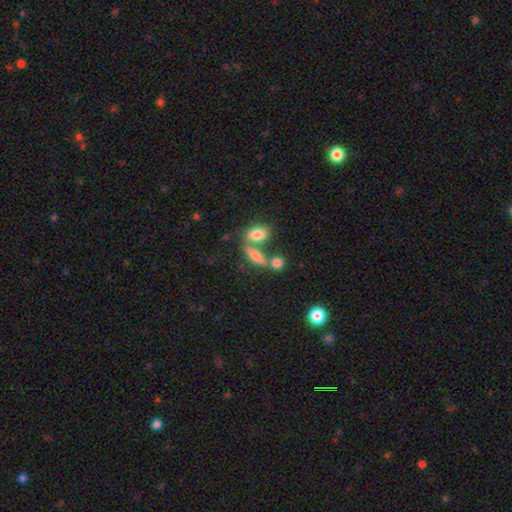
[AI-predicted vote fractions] Smooth or featured? Predicted: smooth (p=0.64). How rounded? Predicted: in between (p=0.50). Merging? Predicted: none (p=0.46).